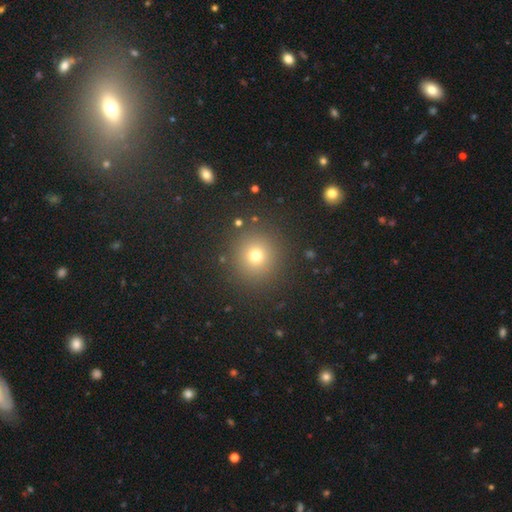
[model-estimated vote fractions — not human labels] The model was most divided on "smooth or featured": smooth: 72%, star or artifact: 20%, featured or disk: 8%. More confident: how rounded — round (93%); merging — none (89%).